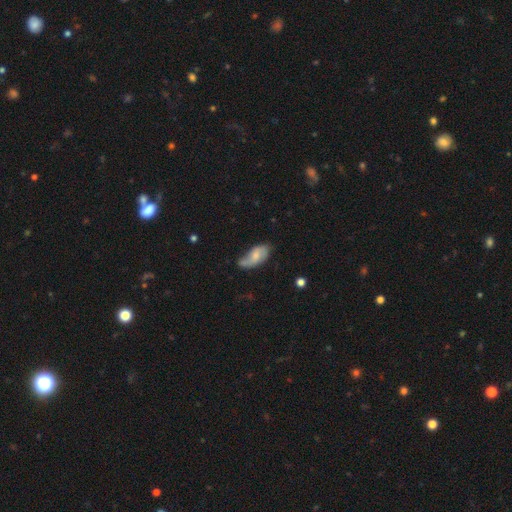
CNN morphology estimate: This is possibly a smooth galaxy (54%). How rounded: clearly in between (90%). Merging: marginally none (42%).